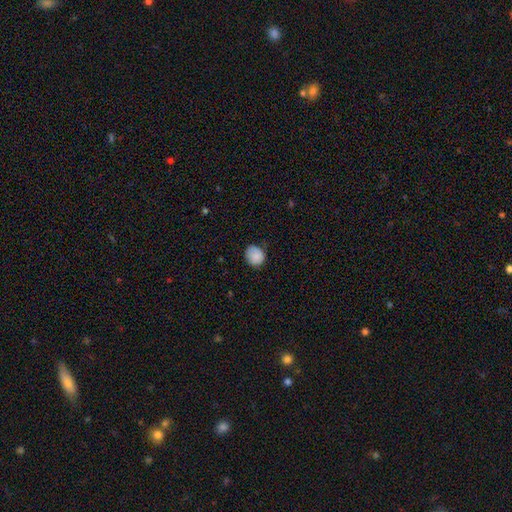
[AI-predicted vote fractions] smooth_or_featured: smooth (p=0.84) [alt: featured or disk p=0.09]
how_rounded: round (p=0.73) [alt: in between p=0.26]
merging: none (p=0.73) [alt: minor disturbance p=0.22]